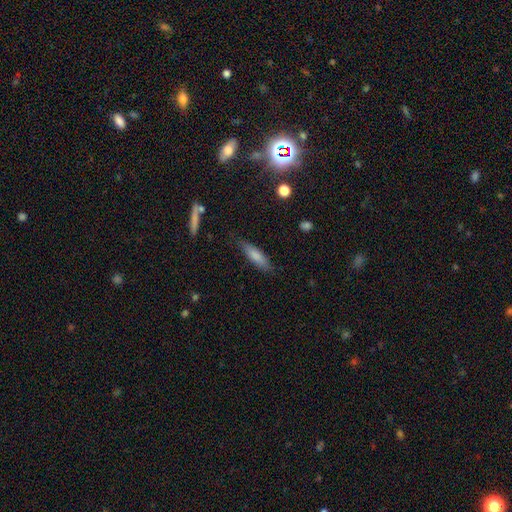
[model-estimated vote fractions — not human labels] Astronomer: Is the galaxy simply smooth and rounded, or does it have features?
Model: smooth — 80%.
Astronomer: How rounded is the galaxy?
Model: cigar-shaped — 61% (runner-up: in between, 37%).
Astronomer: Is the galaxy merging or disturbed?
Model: none — 78%.